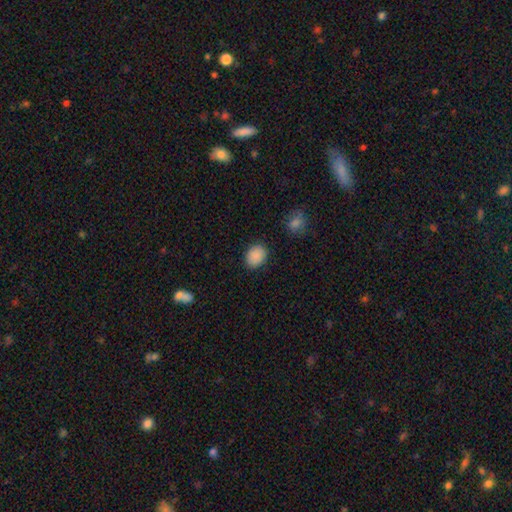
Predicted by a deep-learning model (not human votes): The model was most divided on "how rounded": in between: 59%, round: 40%, cigar-shaped: 1%. More confident: smooth or featured — smooth (88%); merging — none (86%).